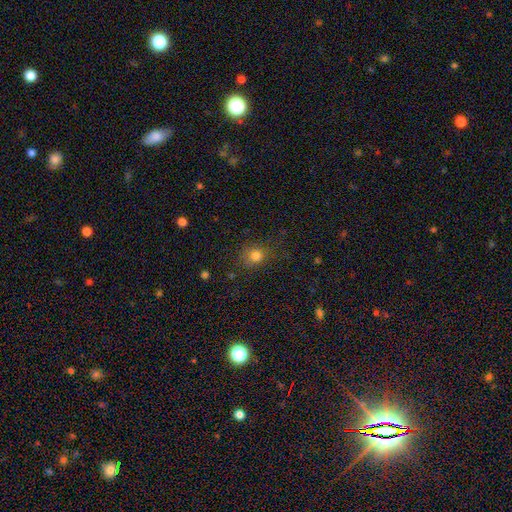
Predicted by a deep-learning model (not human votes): Smooth or featured? Predicted: smooth (p=0.79). How rounded? Predicted: round (p=0.76). Merging? Predicted: none (p=0.72).